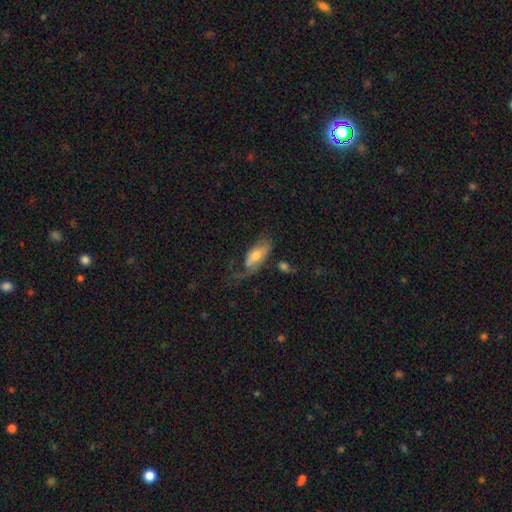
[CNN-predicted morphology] Smooth or featured?
  - smooth: 54% *
  - featured or disk: 40%
  - star or artifact: 7%
How rounded?
  - in between: 86% *
  - cigar-shaped: 11%
  - round: 3%
Merging?
  - major disturbance: 39% *
  - none: 32%
  - minor disturbance: 24%
  - merger: 5%